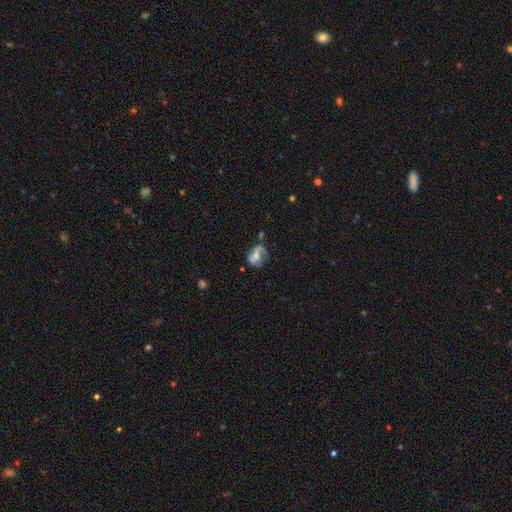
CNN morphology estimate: type=featured or disk (50%); merging=none (36%).